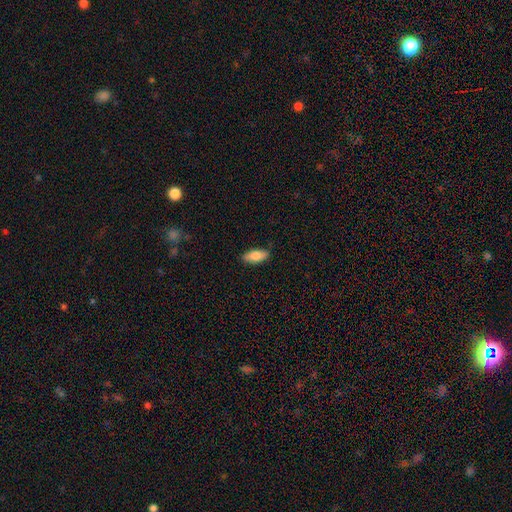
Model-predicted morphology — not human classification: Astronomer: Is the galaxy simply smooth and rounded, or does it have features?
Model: smooth — 81%.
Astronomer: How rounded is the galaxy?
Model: in between — 84%.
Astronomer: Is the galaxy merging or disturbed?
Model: none — 86%.